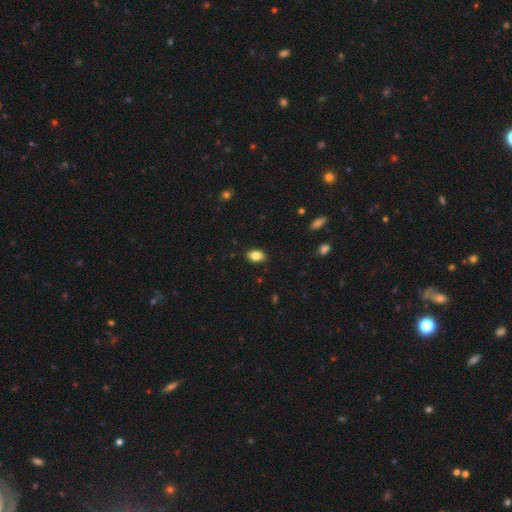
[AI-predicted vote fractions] Smooth or featured?
  - smooth: 84% *
  - star or artifact: 8%
  - featured or disk: 7%
How rounded?
  - in between: 87% *
  - round: 11%
  - cigar-shaped: 2%
Merging?
  - none: 88% *
  - minor disturbance: 10%
  - major disturbance: 2%
  - merger: 1%